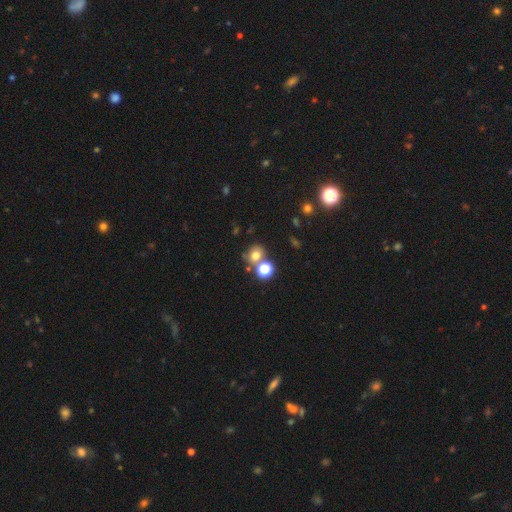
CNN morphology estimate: smooth 68%, star or artifact 22%, featured or disk 11%. Down the decision tree: how rounded — round (76%); merging — none (61%).